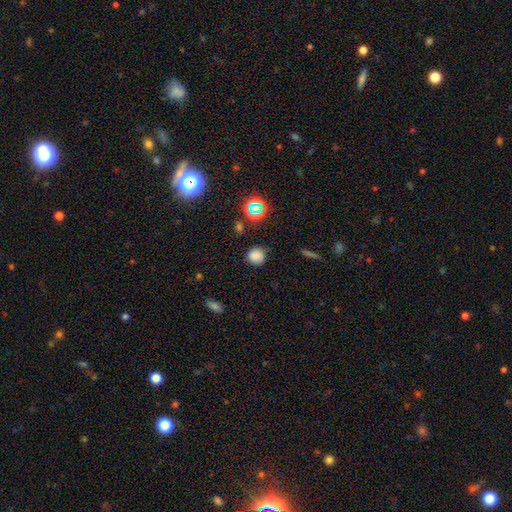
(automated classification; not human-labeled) smooth-or-featured: smooth: 76% | star or artifact: 18% | featured or disk: 6%
  how-rounded: round: 90% | in between: 9% | cigar-shaped: 1%
  merging: none: 84% | minor disturbance: 11% | major disturbance: 3% | merger: 2%